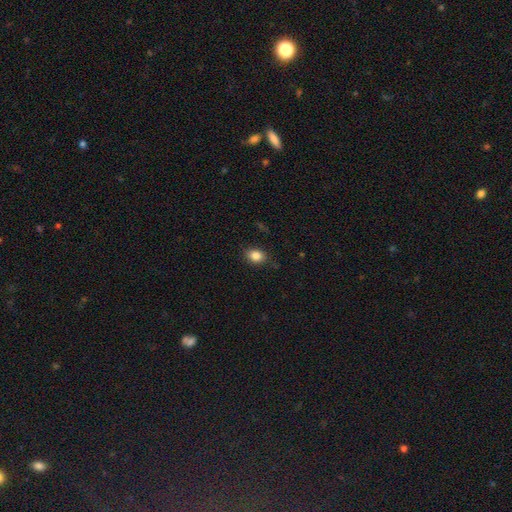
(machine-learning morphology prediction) Smooth or featured? smooth (84%)
How rounded? in between (63%)
Merging? none (82%)